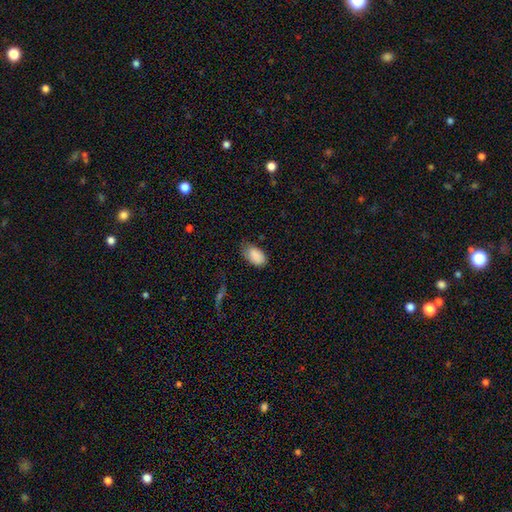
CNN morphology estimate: Smooth or featured?
  - smooth: 87% *
  - star or artifact: 7%
  - featured or disk: 6%
How rounded?
  - in between: 94% *
  - round: 5%
  - cigar-shaped: 2%
Merging?
  - none: 57% *
  - minor disturbance: 32%
  - major disturbance: 8%
  - merger: 2%